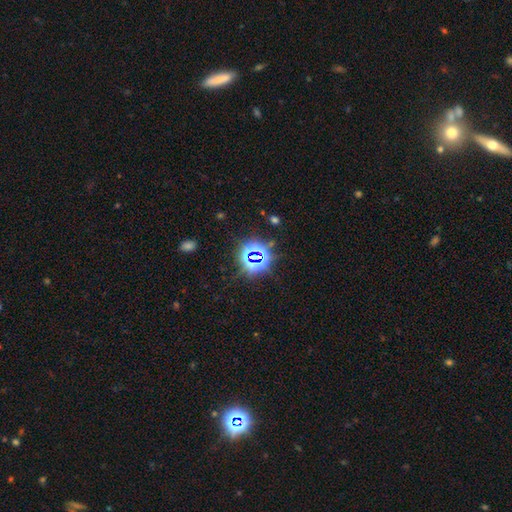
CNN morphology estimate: The model was most divided on "smooth or featured": star or artifact: 76%, smooth: 16%, featured or disk: 8%.